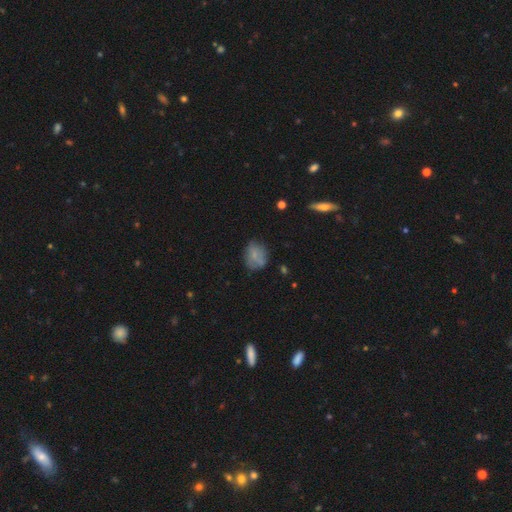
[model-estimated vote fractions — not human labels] Smooth or featured?
  - smooth: 67% *
  - featured or disk: 22%
  - star or artifact: 11%
How rounded?
  - round: 56% *
  - in between: 43%
  - cigar-shaped: 1%
Merging?
  - none: 60% *
  - minor disturbance: 25%
  - major disturbance: 10%
  - merger: 5%